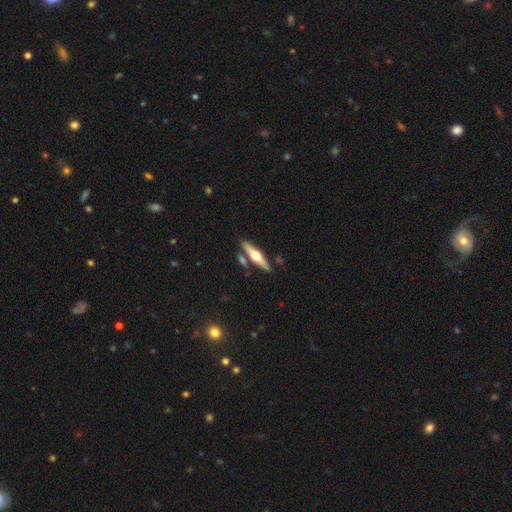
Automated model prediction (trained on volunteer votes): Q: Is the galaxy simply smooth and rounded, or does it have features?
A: featured or disk — 65%.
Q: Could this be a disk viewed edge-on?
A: yes — 95%.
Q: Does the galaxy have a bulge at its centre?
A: rounded — 95%.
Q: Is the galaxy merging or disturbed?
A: none — 77%.